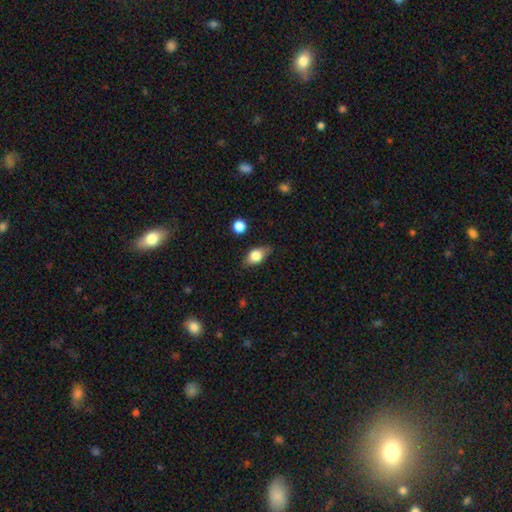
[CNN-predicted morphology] This appears to be a smooth galaxy with no disk features (74%) that is in between round and cigar-shaped (82%). Merging: none (76%).